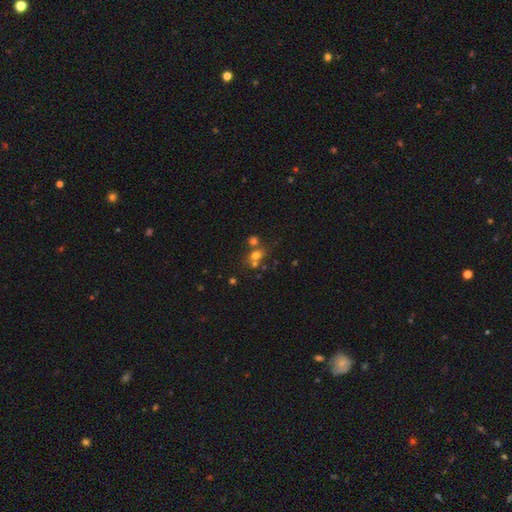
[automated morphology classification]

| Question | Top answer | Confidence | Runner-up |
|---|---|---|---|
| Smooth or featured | smooth | 64% | star or artifact (21%) |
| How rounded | round | 69% | in between (30%) |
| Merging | none | 45% | merger (41%) |